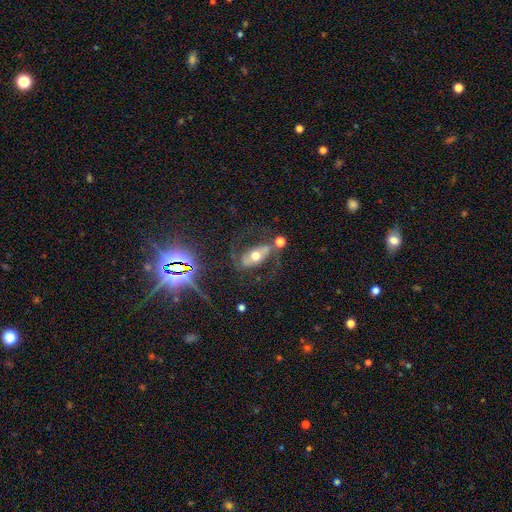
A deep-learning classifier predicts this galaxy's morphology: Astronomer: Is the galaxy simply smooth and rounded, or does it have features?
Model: featured or disk — 64%.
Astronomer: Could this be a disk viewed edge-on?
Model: no — 89%.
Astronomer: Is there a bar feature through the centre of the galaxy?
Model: no — 42% (runner-up: strong, 32%).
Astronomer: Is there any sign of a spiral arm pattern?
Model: yes — 71%.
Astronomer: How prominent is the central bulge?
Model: moderate — 70%.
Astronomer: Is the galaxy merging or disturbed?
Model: none — 54%.